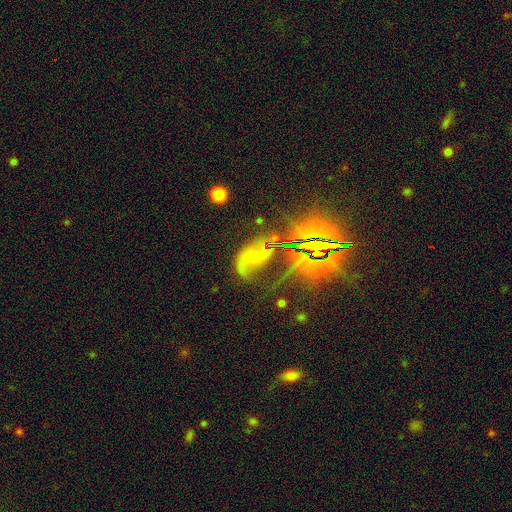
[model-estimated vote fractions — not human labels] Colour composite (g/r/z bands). It shows a featured or disk galaxy (54%) with no bar (57%), spiral arms (84%) and a small central bulge (48%). Merging: none (42%).